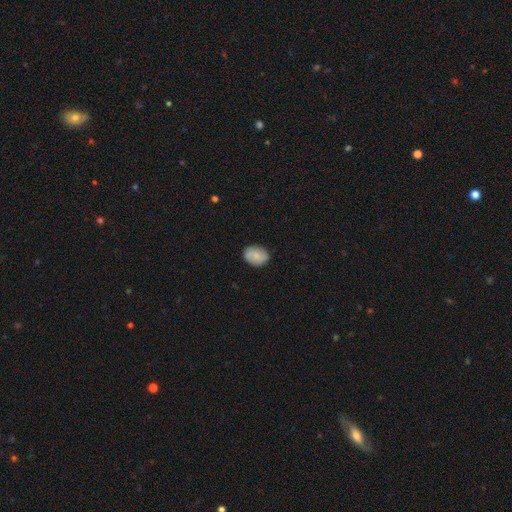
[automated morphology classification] The model was most divided on "how rounded": in between: 68%, round: 31%, cigar-shaped: 1%. More confident: merging — none (85%); smooth or featured — smooth (78%).